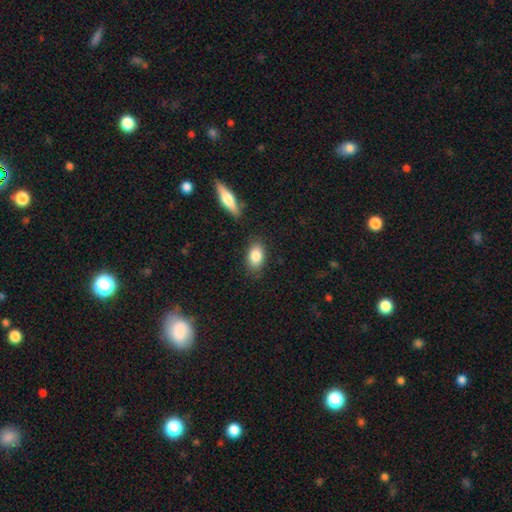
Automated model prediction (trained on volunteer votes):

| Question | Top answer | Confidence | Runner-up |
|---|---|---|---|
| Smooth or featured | smooth | 84% | featured or disk (9%) |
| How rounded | in between | 88% | round (9%) |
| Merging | none | 82% | minor disturbance (12%) |